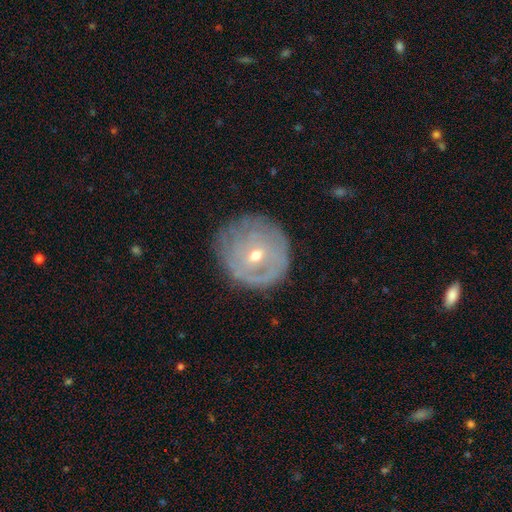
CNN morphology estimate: This is likely a featured or disk galaxy (63%). It is clearly not viewed edge-on (95%). Bar: possibly no (58%). Spiral arm pattern: likely yes (60%). Central bulge: possibly small (50%). Merging: likely none (71%).